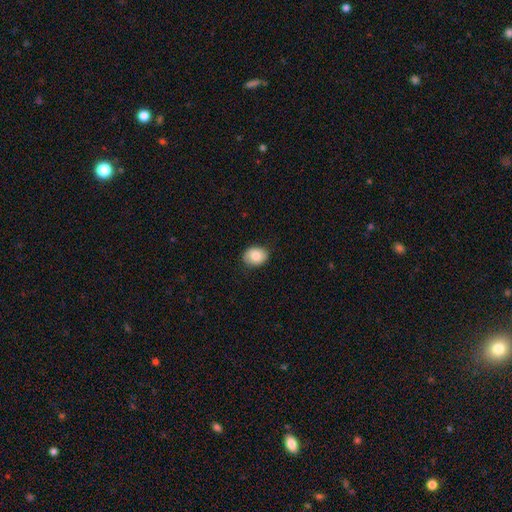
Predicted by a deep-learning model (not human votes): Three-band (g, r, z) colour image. It shows a smooth galaxy with no disk features (82%) that is in between round and cigar-shaped (60%). Merging: none (83%).